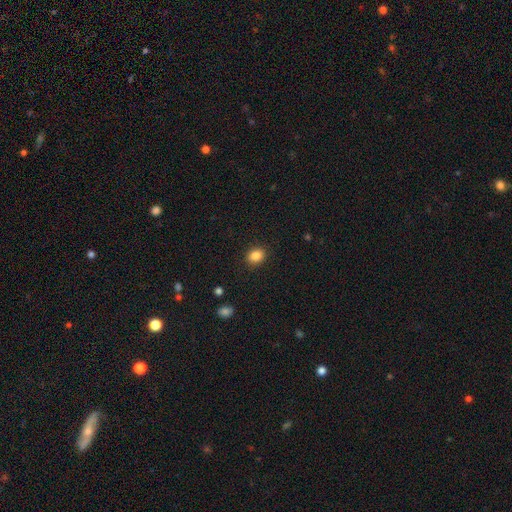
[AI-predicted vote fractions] Morphology: type=smooth (86%); roundness=round (54%); merging=none (90%).